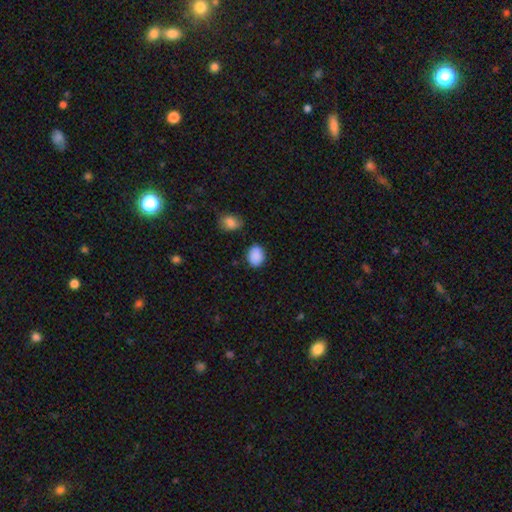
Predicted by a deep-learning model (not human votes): A smooth galaxy with no disk features (88%) that is in between round and cigar-shaped (57%). Merging: none (78%).